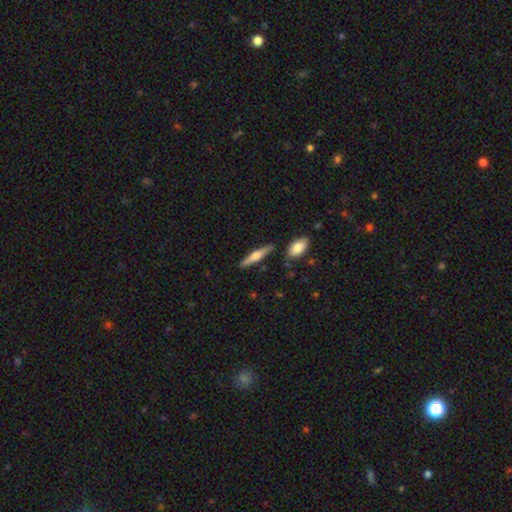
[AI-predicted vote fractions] smooth_or_featured: smooth (p=0.51) [alt: featured or disk p=0.43]
how_rounded: cigar-shaped (p=0.83) [alt: in between p=0.15]
merging: none (p=0.85) [alt: minor disturbance p=0.09]